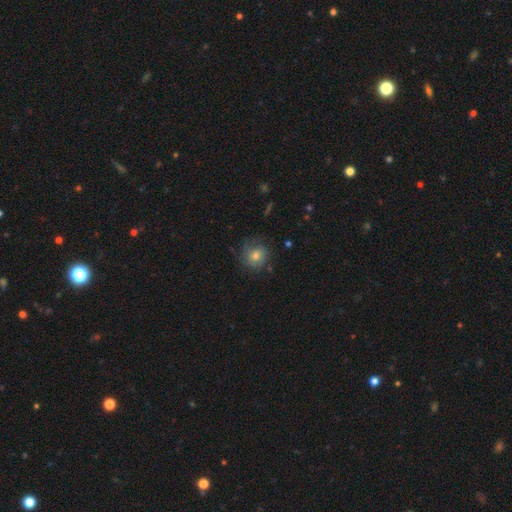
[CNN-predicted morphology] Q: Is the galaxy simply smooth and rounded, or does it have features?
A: smooth — 55%.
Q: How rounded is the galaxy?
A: round — 87%.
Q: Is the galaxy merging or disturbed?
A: none — 69%.